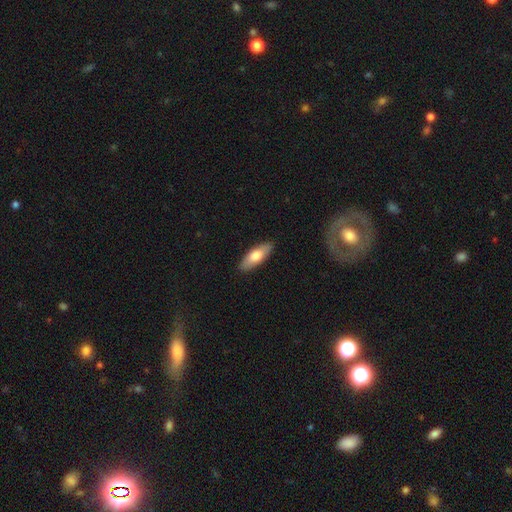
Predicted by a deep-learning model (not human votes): The model was most divided on "how rounded": in between: 71%, cigar-shaped: 26%, round: 2%. More confident: merging — none (89%); smooth or featured — smooth (70%).